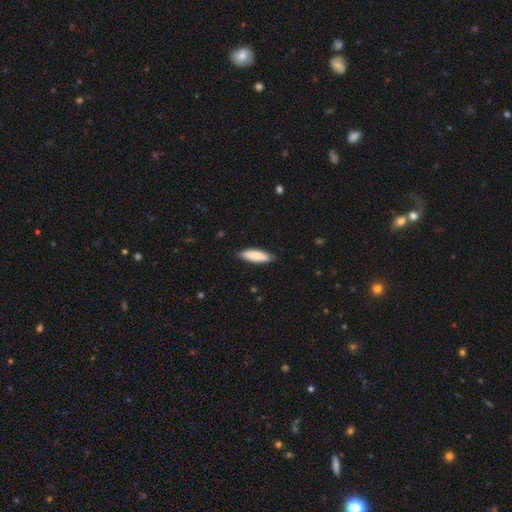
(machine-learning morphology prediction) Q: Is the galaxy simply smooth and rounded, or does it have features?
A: smooth — 84%.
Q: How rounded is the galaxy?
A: cigar-shaped — 54%.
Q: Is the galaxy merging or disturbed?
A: none — 85%.